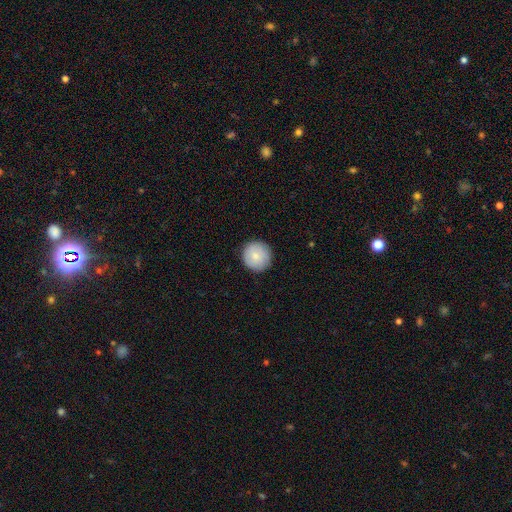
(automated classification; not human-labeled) smooth 82%, featured or disk 12%, star or artifact 6%. Down the decision tree: how rounded — round (95%); merging — none (90%).